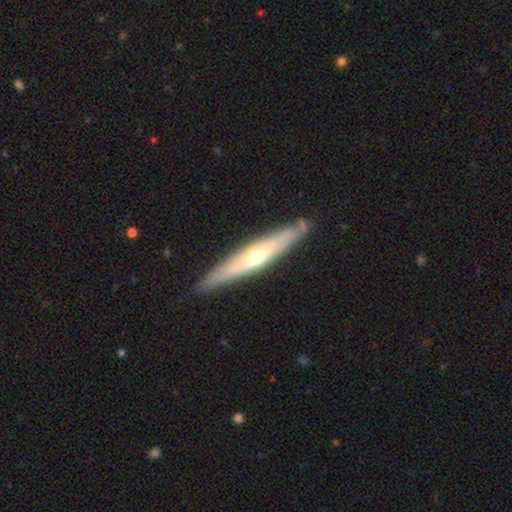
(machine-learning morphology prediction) Smooth or featured? Predicted: featured or disk (p=0.62). Edge-on disk? Predicted: yes (p=0.90). Edge-on bulge? Predicted: rounded (p=0.82). Merging? Predicted: none (p=0.88).